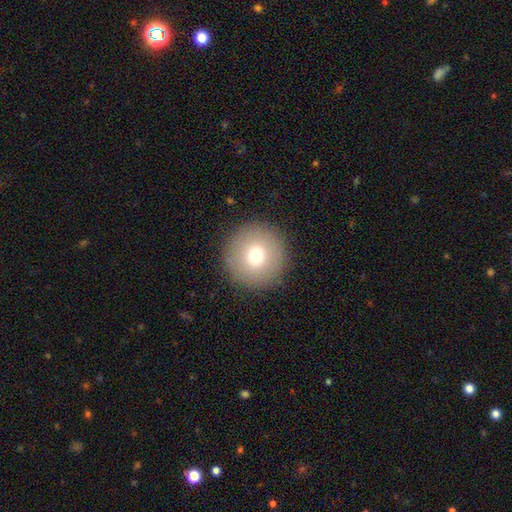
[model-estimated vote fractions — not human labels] The model was most divided on "smooth or featured": smooth: 72%, featured or disk: 15%, star or artifact: 12%. More confident: how rounded — round (97%); merging — none (91%).